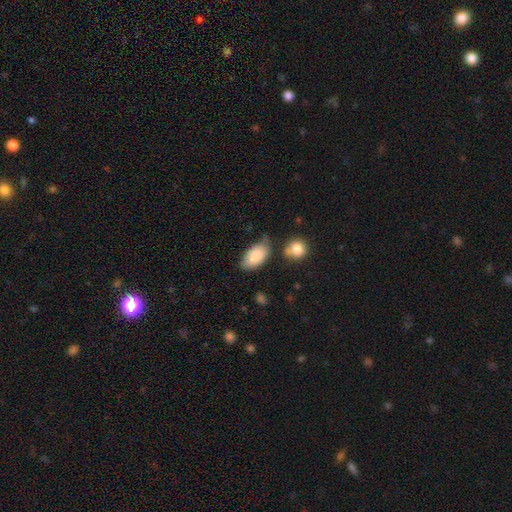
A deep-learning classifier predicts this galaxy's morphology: Smooth or featured? smooth (85%)
How rounded? in between (94%)
Merging? none (62%)